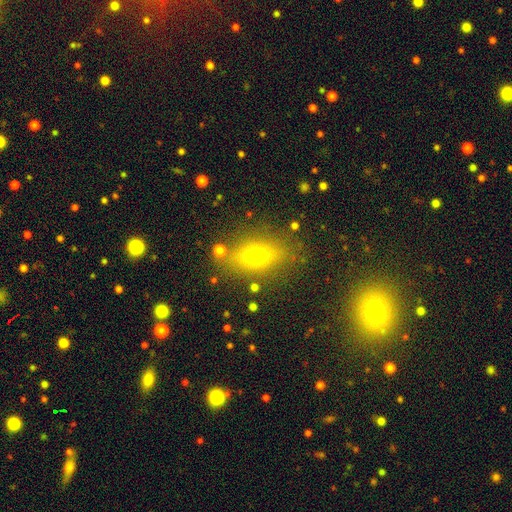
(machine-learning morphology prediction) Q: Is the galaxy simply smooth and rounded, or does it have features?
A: smooth — 65%.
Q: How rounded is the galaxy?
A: in between — 71%.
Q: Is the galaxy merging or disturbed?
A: none — 79%.